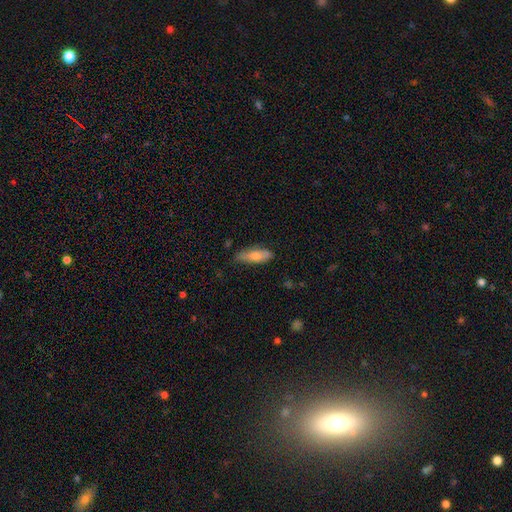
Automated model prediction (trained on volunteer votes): Overall: smooth (67%). How rounded: in between (60%; cigar-shaped 38%). Merging: none (75%).